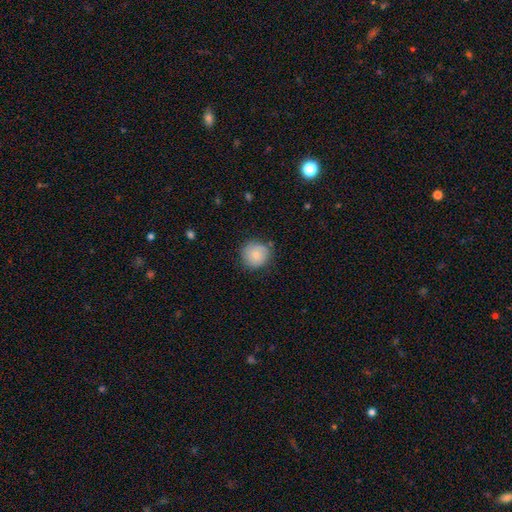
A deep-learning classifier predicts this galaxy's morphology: A smooth galaxy with no disk features (79%) that is round (90%). Merging: none (74%).